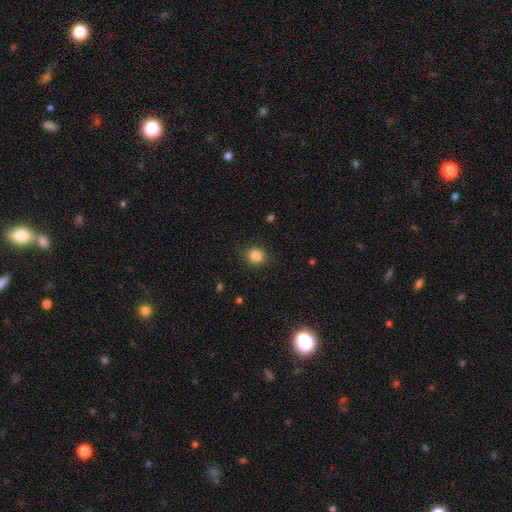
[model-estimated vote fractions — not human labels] This is clearly a smooth galaxy (85%). How rounded: clearly round (83%). Merging: clearly none (86%).